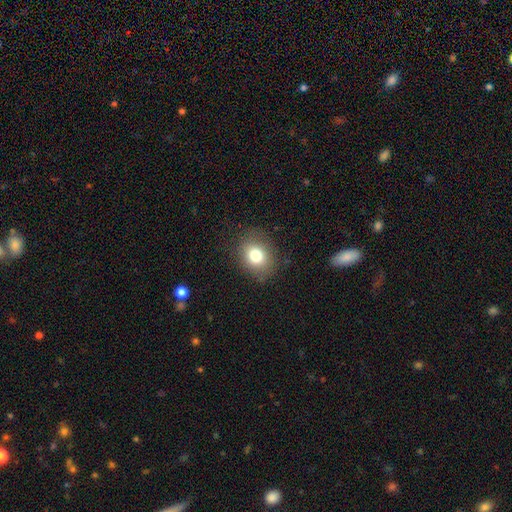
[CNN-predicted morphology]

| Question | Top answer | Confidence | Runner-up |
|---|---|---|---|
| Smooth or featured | smooth | 78% | star or artifact (11%) |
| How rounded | round | 56% | in between (43%) |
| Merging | none | 83% | minor disturbance (12%) |